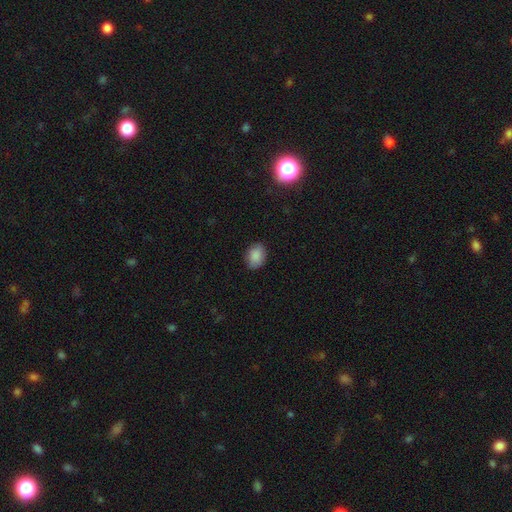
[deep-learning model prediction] Overall: smooth (88%). How rounded: in between (73%). Merging: none (85%).